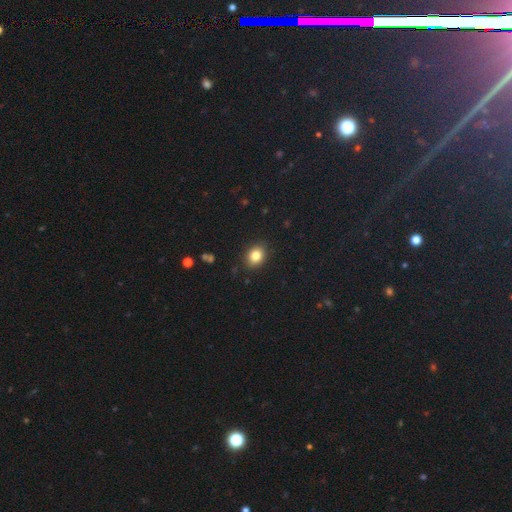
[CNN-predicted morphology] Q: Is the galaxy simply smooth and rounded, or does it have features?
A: smooth — 83%.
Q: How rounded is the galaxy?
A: in between — 50%.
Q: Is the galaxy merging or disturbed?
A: none — 88%.